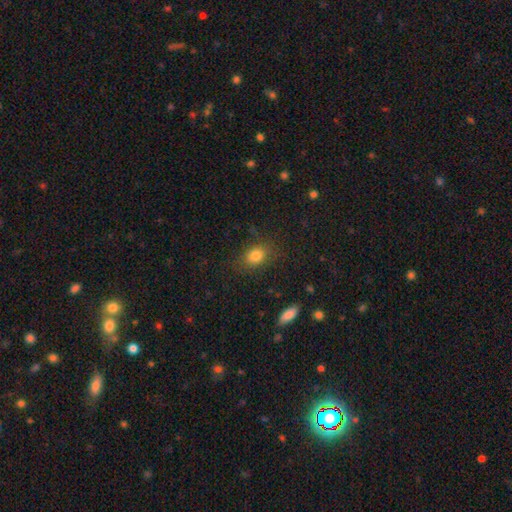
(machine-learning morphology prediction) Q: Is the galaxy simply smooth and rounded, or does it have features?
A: smooth — 81%.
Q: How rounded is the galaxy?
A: in between — 63%.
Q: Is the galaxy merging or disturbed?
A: none — 78%.